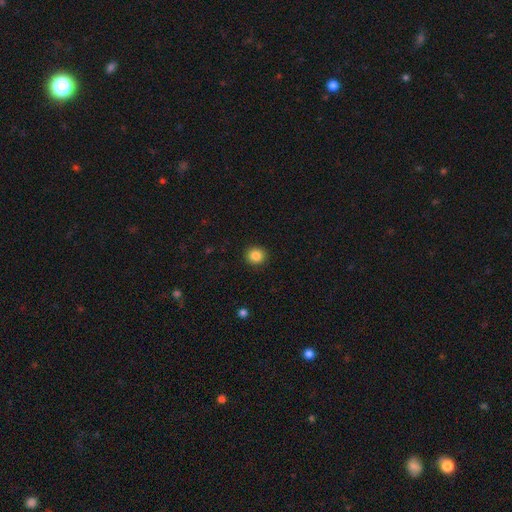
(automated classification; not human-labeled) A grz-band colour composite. It shows a smooth galaxy with no disk features (85%) that is round (92%). Merging: none (92%).